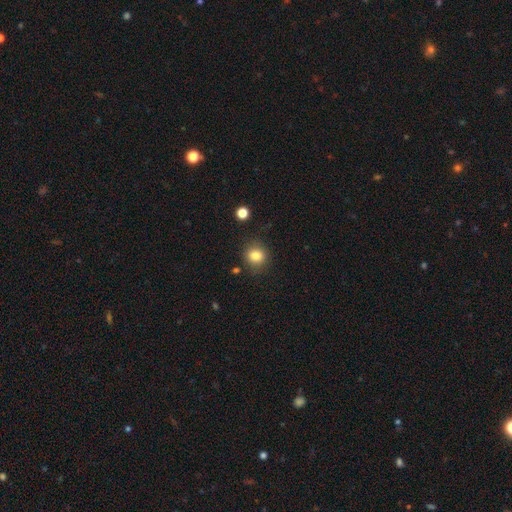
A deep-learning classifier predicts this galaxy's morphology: smooth_or_featured: smooth (p=0.83) [alt: star or artifact p=0.11]
how_rounded: round (p=0.80) [alt: in between p=0.19]
merging: none (p=0.84) [alt: minor disturbance p=0.10]